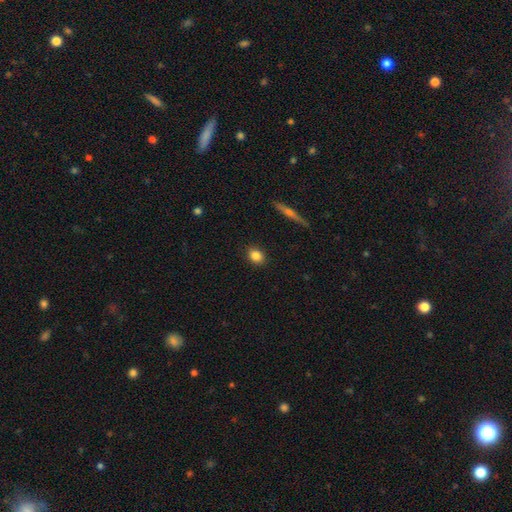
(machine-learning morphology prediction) type=smooth (84%); roundness=in between (49%); merging=none (89%).